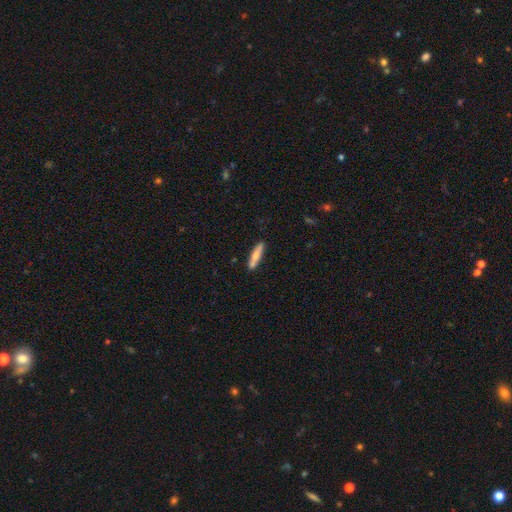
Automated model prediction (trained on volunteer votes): Overall: smooth (66%; featured or disk 28%). How rounded: cigar-shaped (85%). Merging: none (79%).